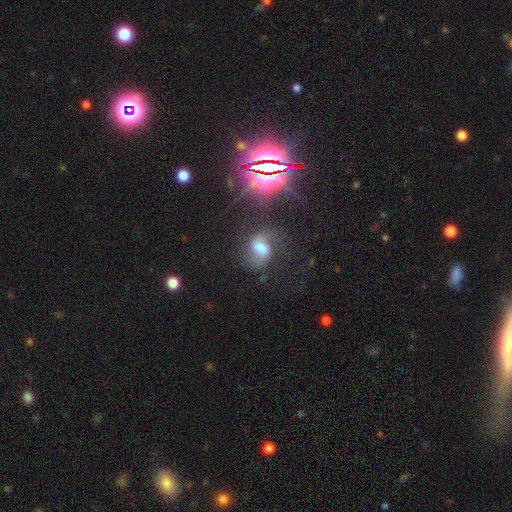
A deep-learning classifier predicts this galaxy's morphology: type=featured or disk (51%); edge-on=no (94%); merging=none (62%).